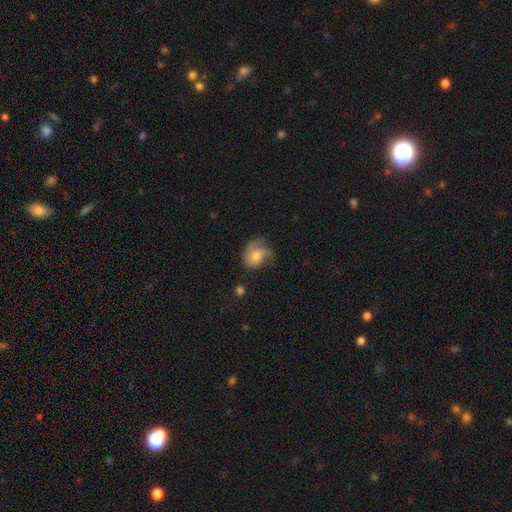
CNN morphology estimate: Smooth or featured?
  - smooth: 48% *
  - featured or disk: 44%
  - star or artifact: 8%
Merging?
  - none: 34% *
  - major disturbance: 33%
  - minor disturbance: 30%
  - merger: 3%